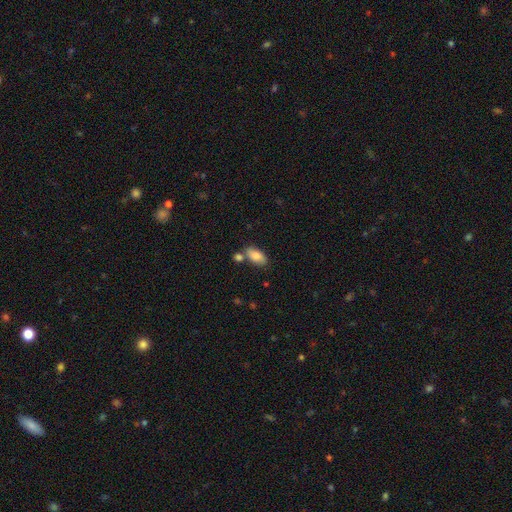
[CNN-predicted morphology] Smooth or featured: smooth — 83% (featured or disk — 11%)
How rounded: in between — 92% (round — 4%)
Merging: none — 67% (merger — 17%)